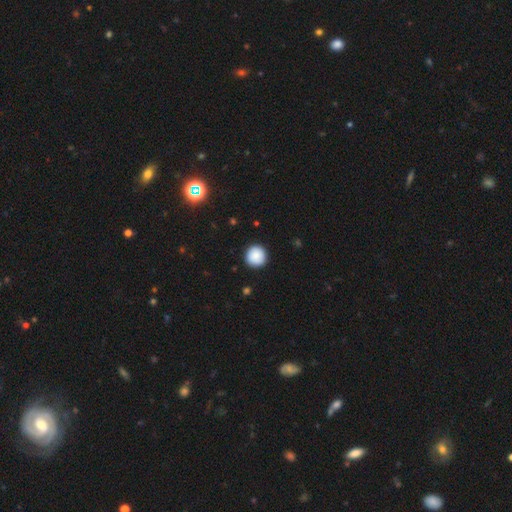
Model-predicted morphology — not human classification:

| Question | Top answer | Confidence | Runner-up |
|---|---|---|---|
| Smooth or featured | smooth | 87% | star or artifact (8%) |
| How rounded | round | 95% | in between (4%) |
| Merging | none | 91% | minor disturbance (7%) |